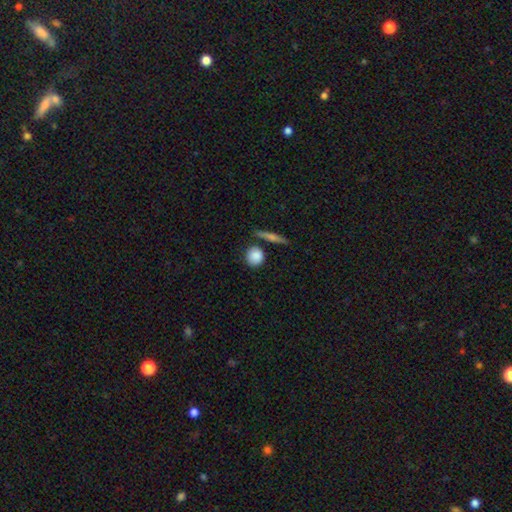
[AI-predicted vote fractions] smooth-or-featured: smooth: 86% | star or artifact: 7% | featured or disk: 7%
  how-rounded: round: 84% | in between: 13% | cigar-shaped: 3%
  merging: none: 77% | minor disturbance: 11% | merger: 9% | major disturbance: 3%